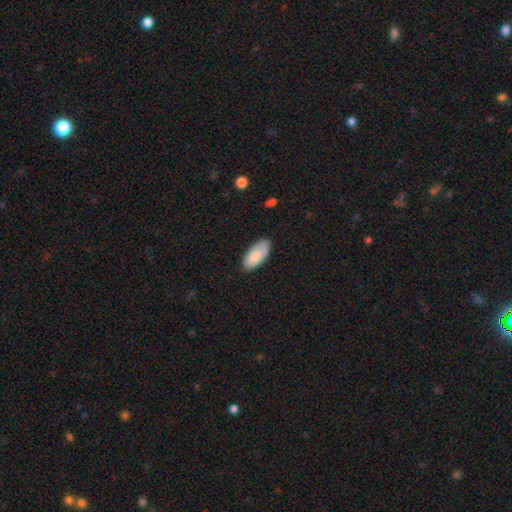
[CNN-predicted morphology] This is clearly a smooth galaxy (85%). How rounded: clearly in between (92%). Merging: clearly none (83%).